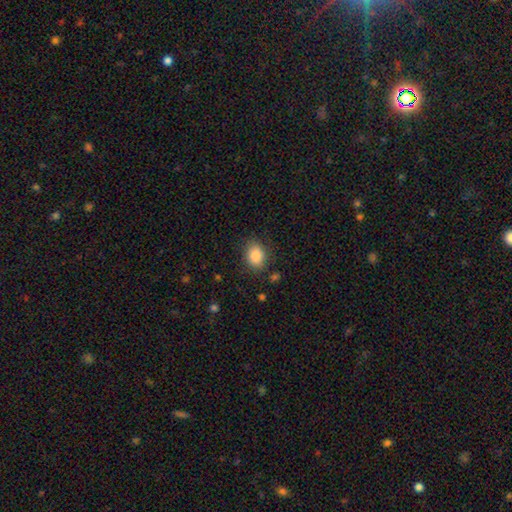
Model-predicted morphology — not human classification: Smooth or featured: smooth — 88% (star or artifact — 8%)
How rounded: in between — 64% (round — 35%)
Merging: none — 82% (minor disturbance — 13%)